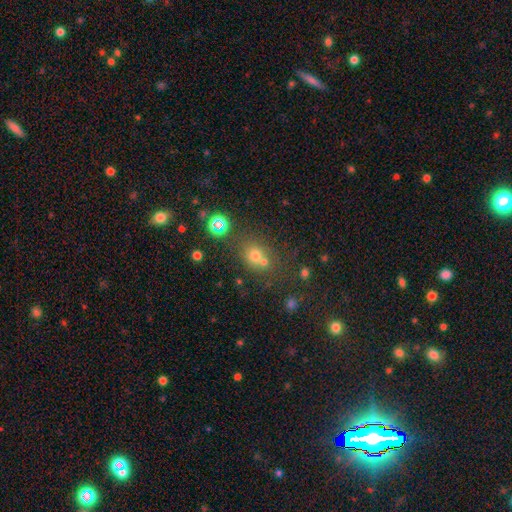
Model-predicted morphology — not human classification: Q: Smooth or featured?
A: smooth (54%); runner-up: star or artifact (35%)
Q: How rounded?
A: round (73%); runner-up: in between (25%)
Q: Merging?
A: none (58%); runner-up: merger (27%)